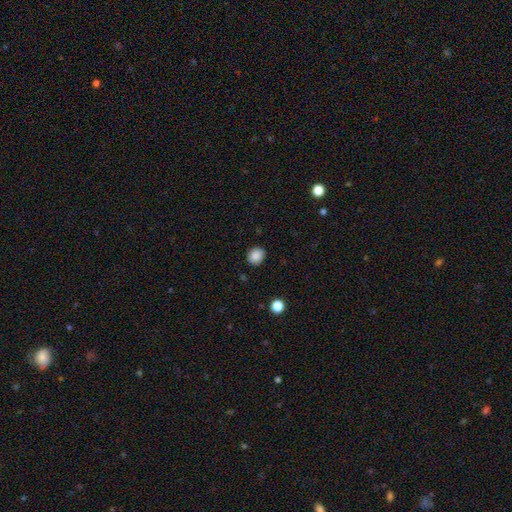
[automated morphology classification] A smooth galaxy with no disk features (87%) that is round (69%). Merging: none (88%).